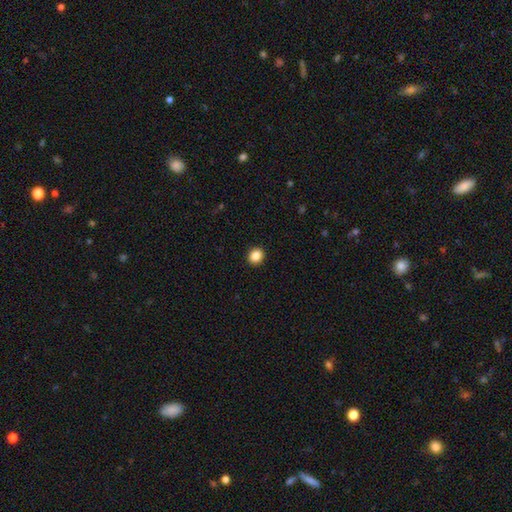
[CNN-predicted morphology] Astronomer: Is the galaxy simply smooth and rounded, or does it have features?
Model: smooth — 86%.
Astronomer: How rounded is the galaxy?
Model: round — 80%.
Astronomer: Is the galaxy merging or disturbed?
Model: none — 93%.